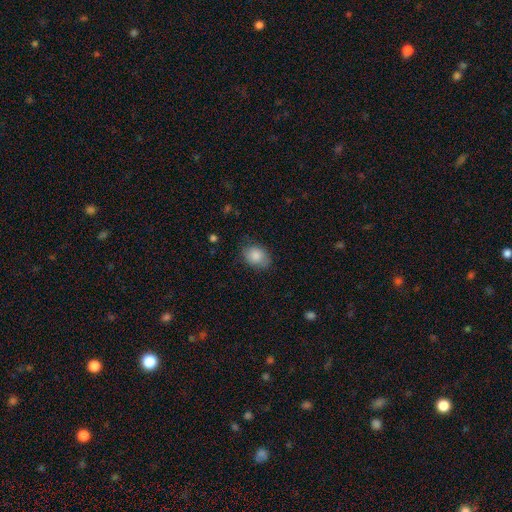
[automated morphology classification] Overall: smooth (85%). How rounded: in between (71%). Merging: none (75%).